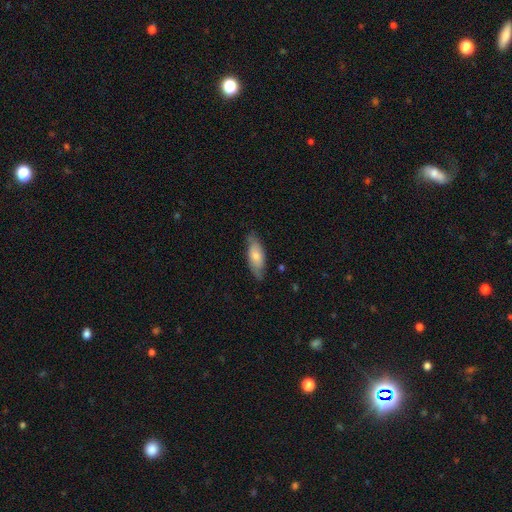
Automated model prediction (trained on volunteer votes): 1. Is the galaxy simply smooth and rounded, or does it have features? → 65% smooth, 29% featured or disk, 6% star or artifact.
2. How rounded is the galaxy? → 74% in between, 24% cigar-shaped, 2% round.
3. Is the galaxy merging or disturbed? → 75% none, 20% minor disturbance, 4% major disturbance, 1% merger.